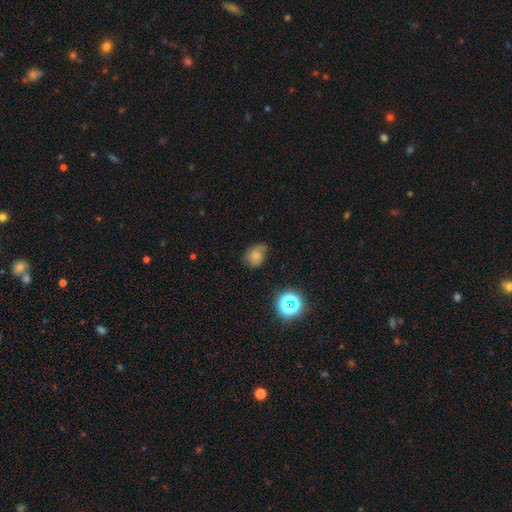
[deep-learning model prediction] Smooth or featured: smooth — 65% (featured or disk — 19%)
How rounded: in between — 53% (round — 46%)
Merging: none — 56% (minor disturbance — 33%)